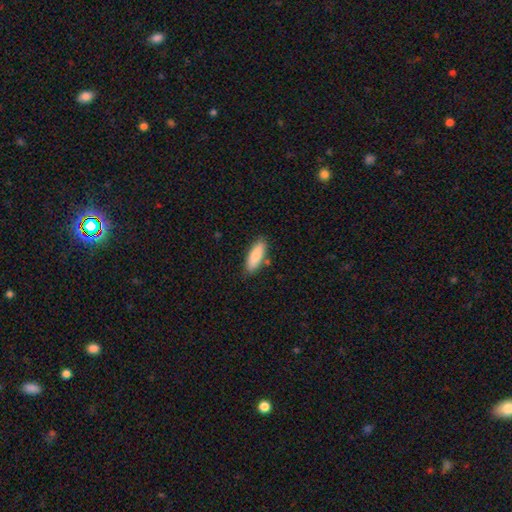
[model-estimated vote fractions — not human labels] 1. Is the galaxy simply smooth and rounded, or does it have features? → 85% smooth, 9% featured or disk, 6% star or artifact.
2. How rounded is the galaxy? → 59% in between, 39% cigar-shaped, 2% round.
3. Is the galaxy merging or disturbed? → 82% none, 12% minor disturbance, 4% merger, 2% major disturbance.